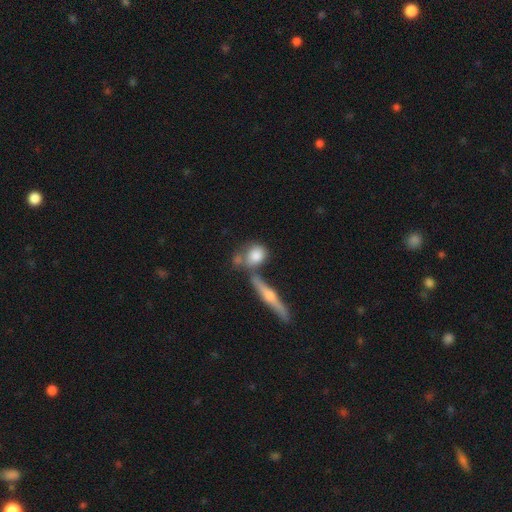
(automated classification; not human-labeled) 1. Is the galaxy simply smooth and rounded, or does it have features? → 71% smooth, 21% featured or disk, 8% star or artifact.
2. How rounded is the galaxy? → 54% round, 37% in between, 8% cigar-shaped.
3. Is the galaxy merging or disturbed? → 50% none, 28% merger, 15% minor disturbance, 7% major disturbance.